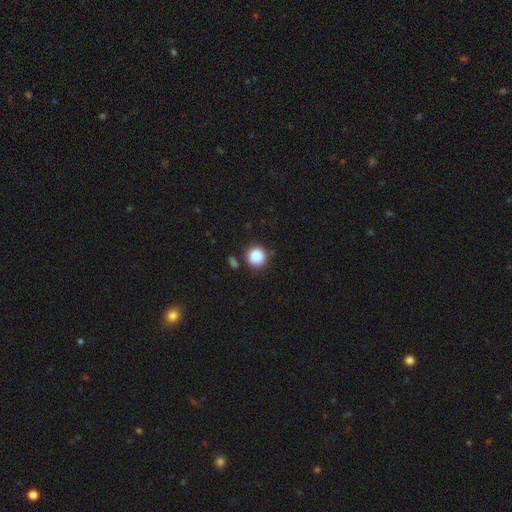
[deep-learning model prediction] Smooth or featured?
  - smooth: 87% *
  - star or artifact: 9%
  - featured or disk: 4%
How rounded?
  - round: 93% *
  - in between: 6%
  - cigar-shaped: 1%
Merging?
  - none: 84% *
  - minor disturbance: 9%
  - merger: 4%
  - major disturbance: 3%